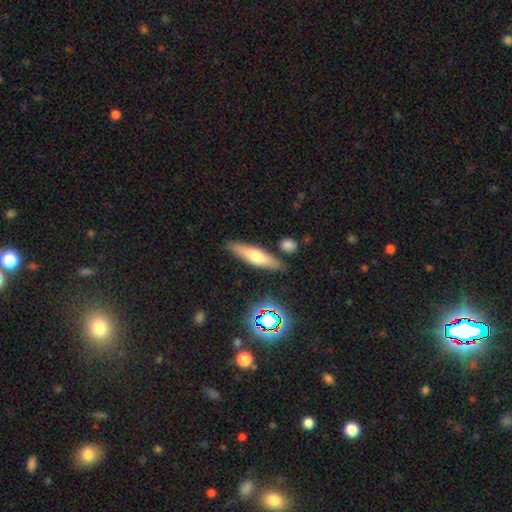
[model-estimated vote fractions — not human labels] The model was most divided on "smooth or featured": smooth: 53%, featured or disk: 39%, star or artifact: 8%. More confident: merging — none (84%); how rounded — cigar-shaped (73%).